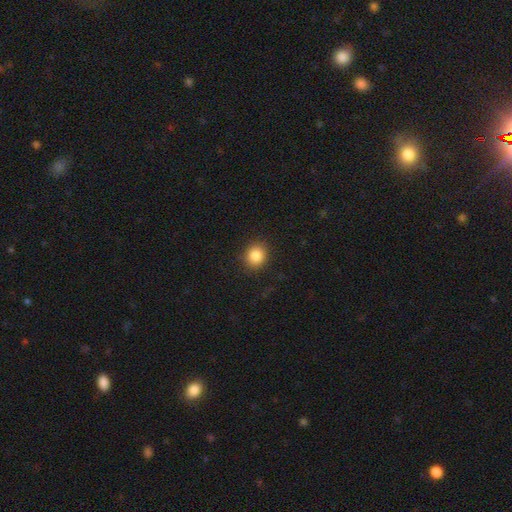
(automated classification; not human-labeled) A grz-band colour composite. It shows a smooth galaxy with no disk features (85%) that is round (78%). Merging: none (89%).